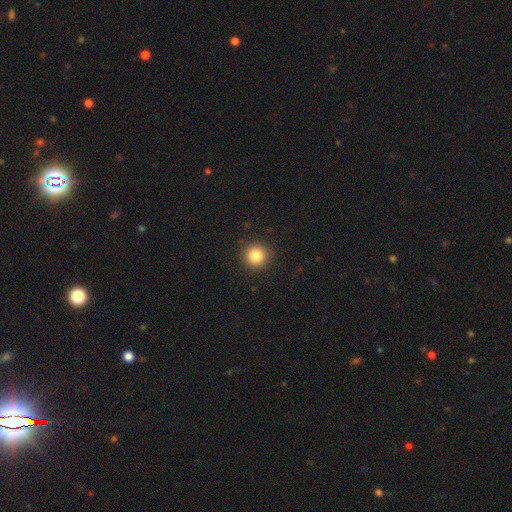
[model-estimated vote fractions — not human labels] Overall: smooth (84%). How rounded: round (94%). Merging: none (92%).